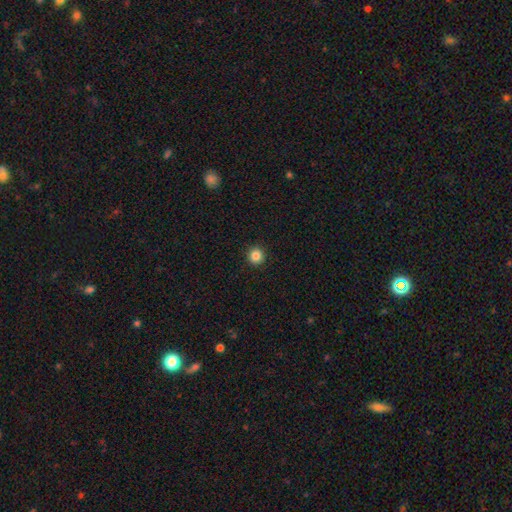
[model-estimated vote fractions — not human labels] Smooth or featured? smooth (86%)
How rounded? round (94%)
Merging? none (93%)